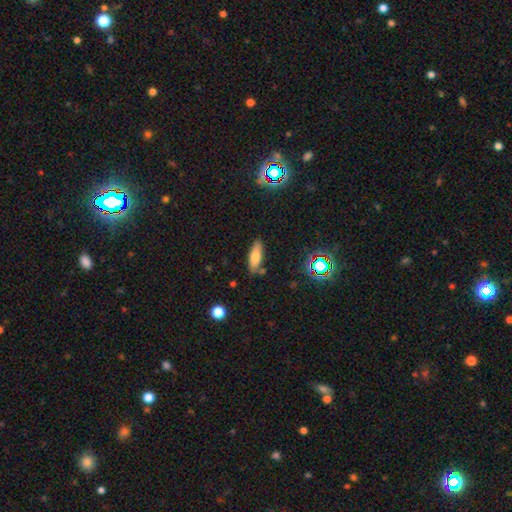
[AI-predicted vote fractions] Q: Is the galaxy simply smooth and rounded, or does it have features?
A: smooth — 71%.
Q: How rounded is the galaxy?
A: in between — 57%.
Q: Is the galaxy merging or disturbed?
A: none — 79%.